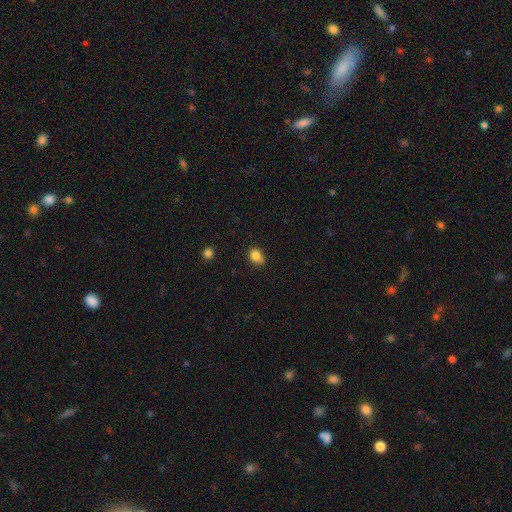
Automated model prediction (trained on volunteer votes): Q: Smooth or featured?
A: smooth (84%); runner-up: star or artifact (10%)
Q: How rounded?
A: in between (59%); runner-up: round (40%)
Q: Merging?
A: none (66%); runner-up: minor disturbance (27%)